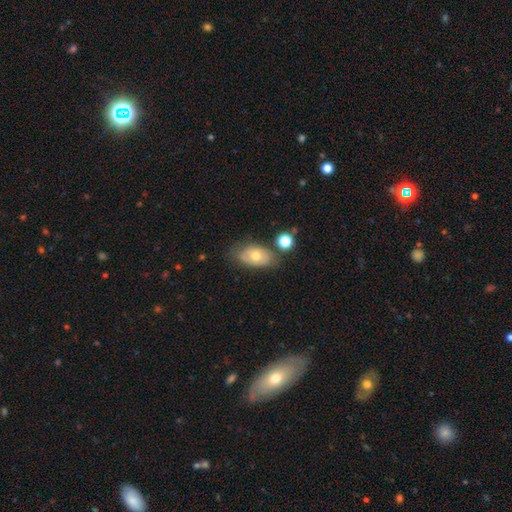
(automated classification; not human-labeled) The model was most divided on "smooth or featured": smooth: 59%, featured or disk: 32%, star or artifact: 8%. More confident: how rounded — in between (88%); merging — none (62%).